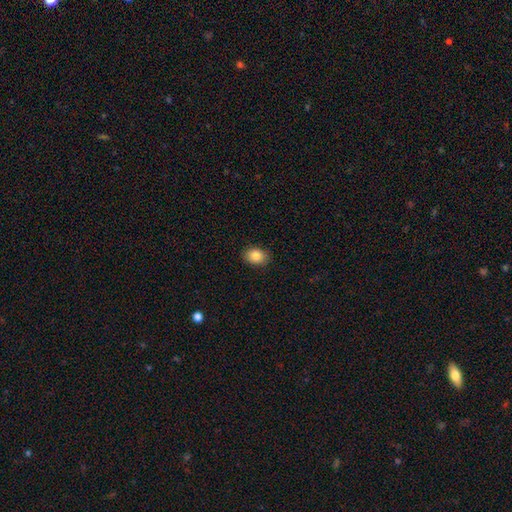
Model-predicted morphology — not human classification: smooth-or-featured: smooth: 85% | star or artifact: 8% | featured or disk: 6%
  how-rounded: in between: 66% | round: 33% | cigar-shaped: 1%
  merging: none: 88% | minor disturbance: 9% | major disturbance: 2% | merger: 1%